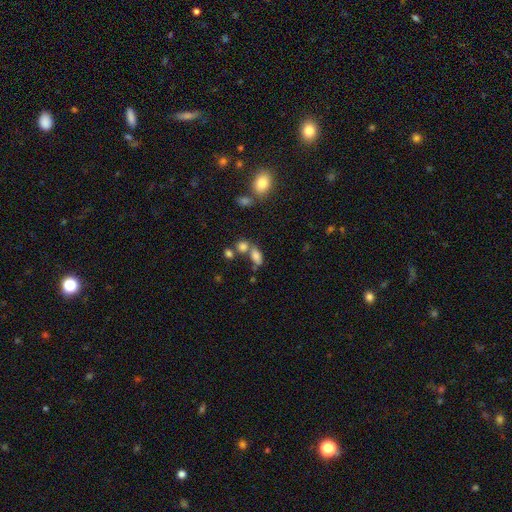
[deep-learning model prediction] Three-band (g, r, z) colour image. It shows a smooth galaxy with no disk features (76%) that is in between round and cigar-shaped (83%). Merging: none (42%).